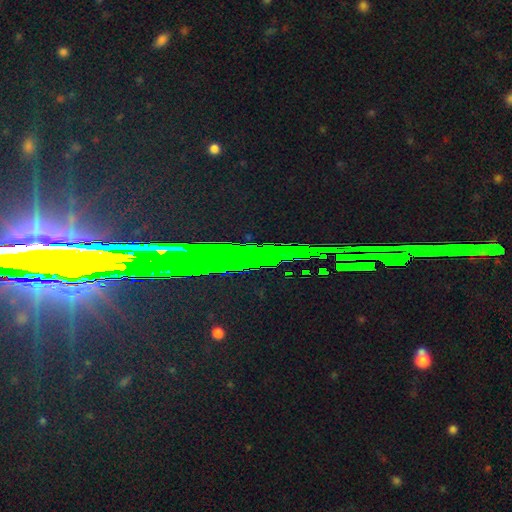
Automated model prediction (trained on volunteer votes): smooth-or-featured: star or artifact: 79% | featured or disk: 11% | smooth: 11%